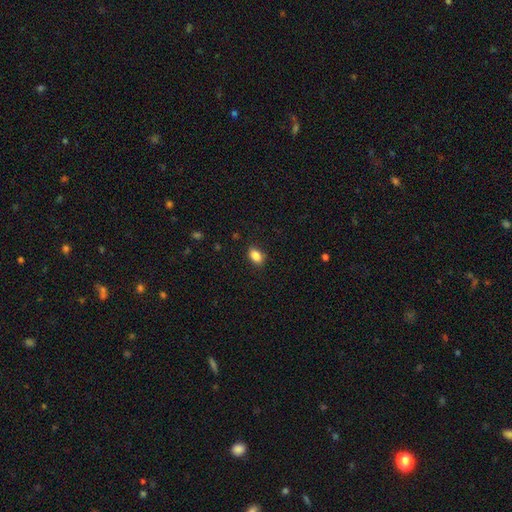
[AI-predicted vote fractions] Smooth or featured? Predicted: smooth (p=0.87). How rounded? Predicted: in between (p=0.82). Merging? Predicted: none (p=0.85).